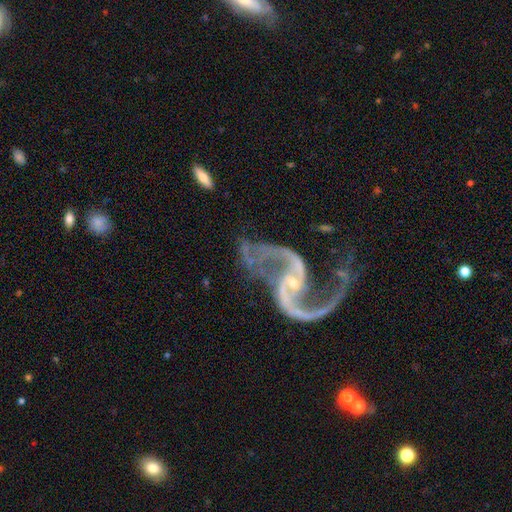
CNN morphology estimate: Smooth or featured? featured or disk (93%)
Edge-on disk? no (98%)
Bar? no (44%)
Spiral arms? yes (97%)
Spiral winding? loose (76%)
Spiral arm count? 2 (94%)
Bulge size? small (81%)
Merging? none (51%)